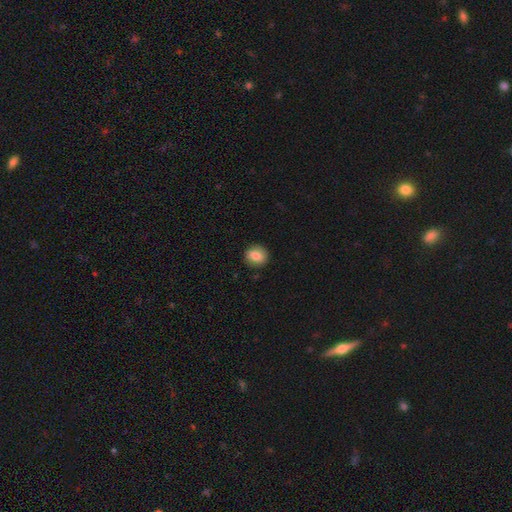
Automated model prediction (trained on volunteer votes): The model was most divided on "how rounded": round: 80%, in between: 19%, cigar-shaped: 1%. More confident: merging — none (89%); smooth or featured — smooth (80%).